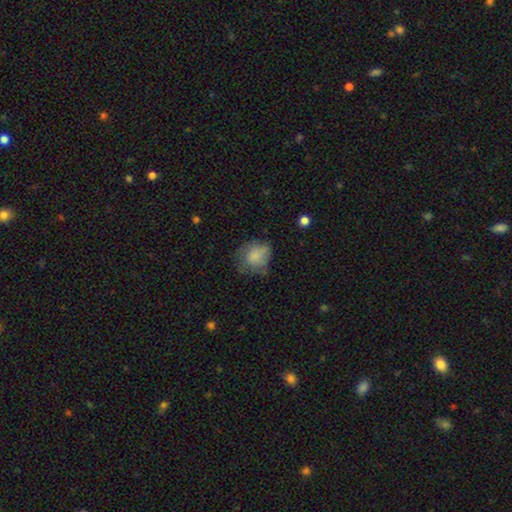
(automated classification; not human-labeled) smooth_or_featured: smooth (p=0.75) [alt: featured or disk p=0.16]
how_rounded: round (p=0.68) [alt: in between p=0.31]
merging: none (p=0.50) [alt: minor disturbance p=0.30]